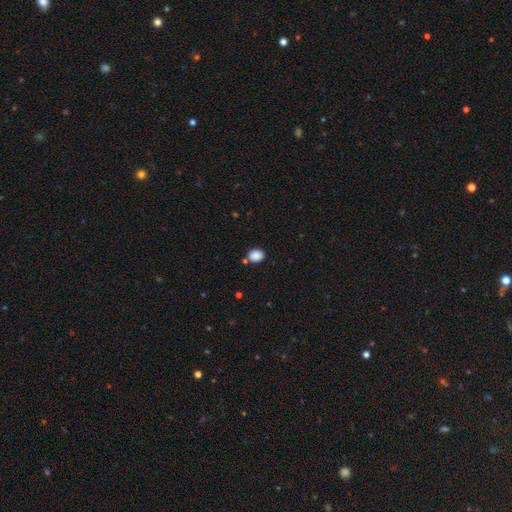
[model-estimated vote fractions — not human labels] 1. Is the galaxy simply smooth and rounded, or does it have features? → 87% smooth, 9% star or artifact, 3% featured or disk.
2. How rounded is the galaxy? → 53% in between, 46% round, 1% cigar-shaped.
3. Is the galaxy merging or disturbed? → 77% none, 12% minor disturbance, 8% merger, 3% major disturbance.